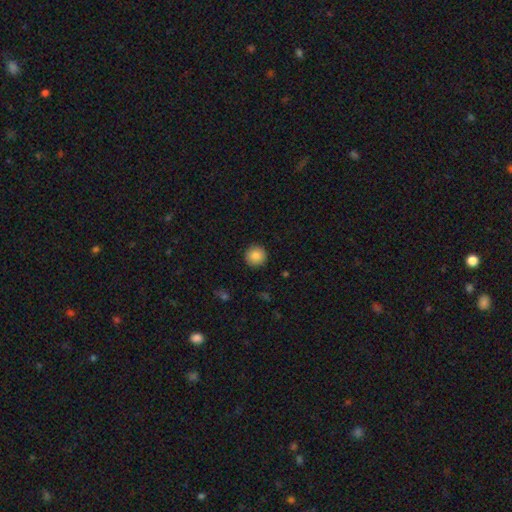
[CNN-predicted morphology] Smooth or featured? Predicted: smooth (p=0.86). How rounded? Predicted: round (p=0.95). Merging? Predicted: none (p=0.92).